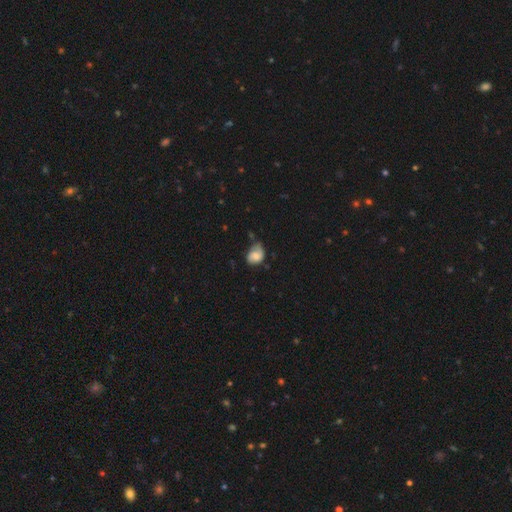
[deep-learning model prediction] The model was most divided on "merging": none: 40%, minor disturbance: 39%, major disturbance: 16%, merger: 5%. More confident: smooth or featured — smooth (64%); how rounded — in between (59%).